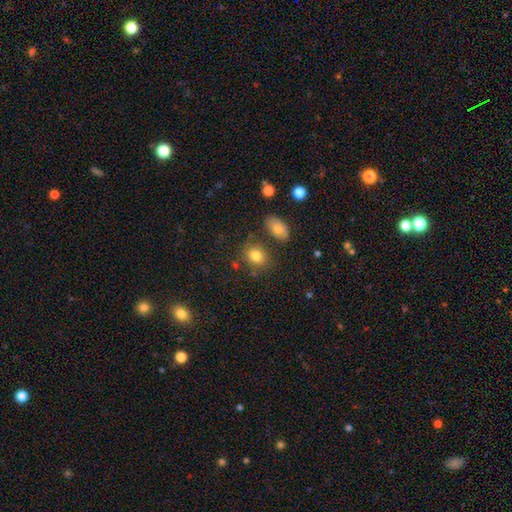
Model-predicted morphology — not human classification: smooth_or_featured: smooth (p=0.81) [alt: star or artifact p=0.10]
how_rounded: in between (p=0.54) [alt: round p=0.44]
merging: none (p=0.74) [alt: minor disturbance p=0.13]